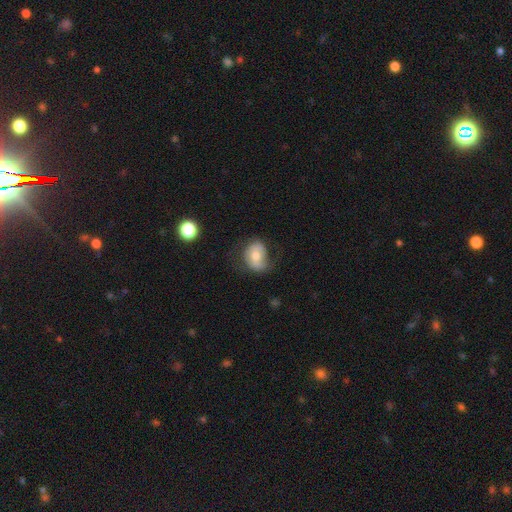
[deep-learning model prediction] Smooth or featured? Predicted: smooth (p=0.56). How rounded? Predicted: in between (p=0.57). Merging? Predicted: none (p=0.51).